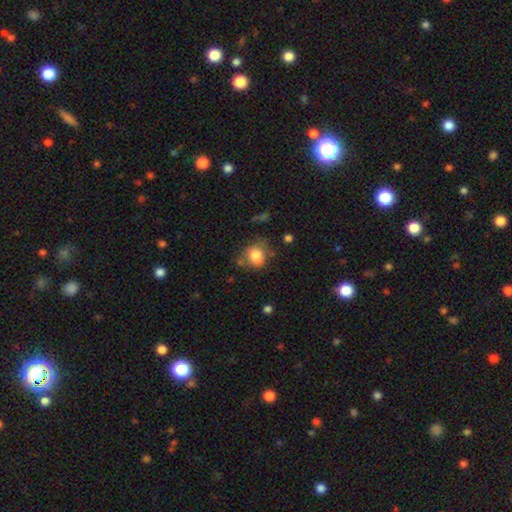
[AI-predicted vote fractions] This appears to be a smooth galaxy with no disk features (81%) that is round (73%). Merging: none (62%).